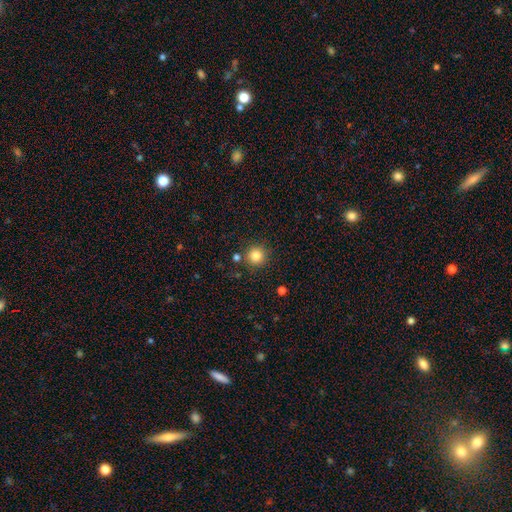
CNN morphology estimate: type=smooth (84%); roundness=round (95%); merging=none (86%).